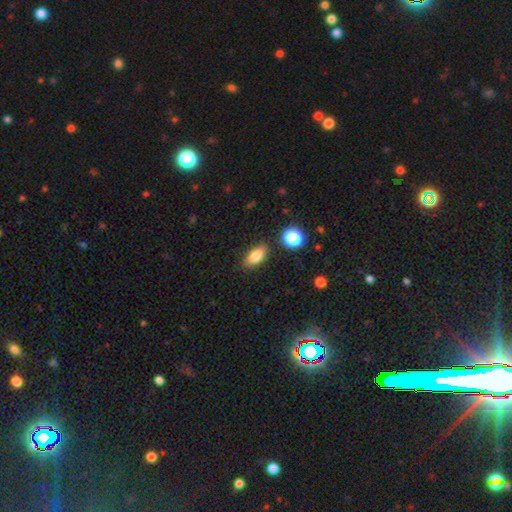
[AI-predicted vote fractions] Smooth or featured?
  - smooth: 83% *
  - star or artifact: 9%
  - featured or disk: 8%
How rounded?
  - in between: 84% *
  - cigar-shaped: 10%
  - round: 6%
Merging?
  - none: 84% *
  - minor disturbance: 10%
  - merger: 3%
  - major disturbance: 3%